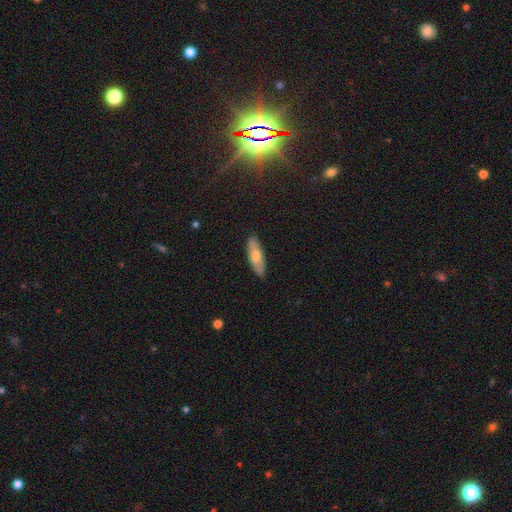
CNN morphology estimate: This appears to be a smooth galaxy with no disk features (52%) that is cigar-shaped (58%). Merging: none (87%).